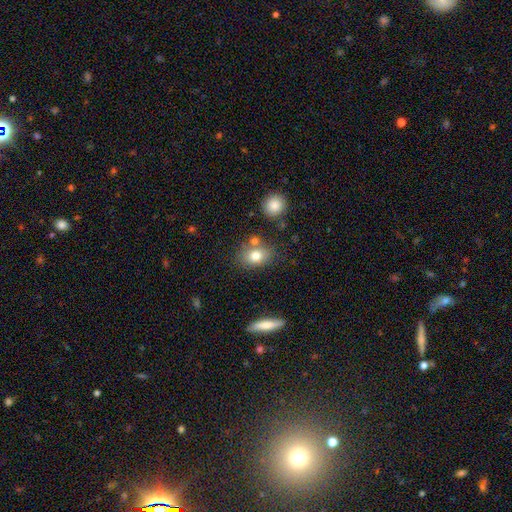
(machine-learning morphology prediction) Smooth or featured? Predicted: smooth (p=0.77). How rounded? Predicted: in between (p=0.63). Merging? Predicted: none (p=0.67).